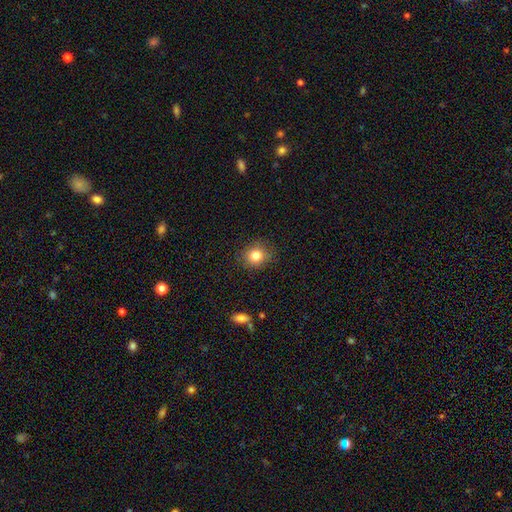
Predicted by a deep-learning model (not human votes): Morphology: type=smooth (82%); roundness=round (81%); merging=none (87%).